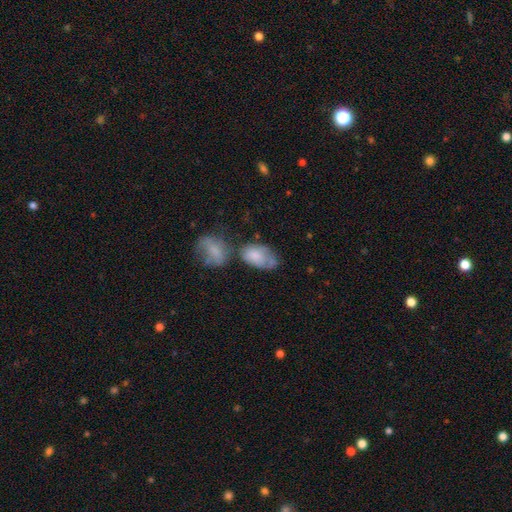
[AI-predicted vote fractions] Smooth or featured?
  - smooth: 70% *
  - featured or disk: 23%
  - star or artifact: 7%
How rounded?
  - in between: 90% *
  - round: 8%
  - cigar-shaped: 2%
Merging?
  - none: 31% *
  - merger: 29%
  - minor disturbance: 24%
  - major disturbance: 15%